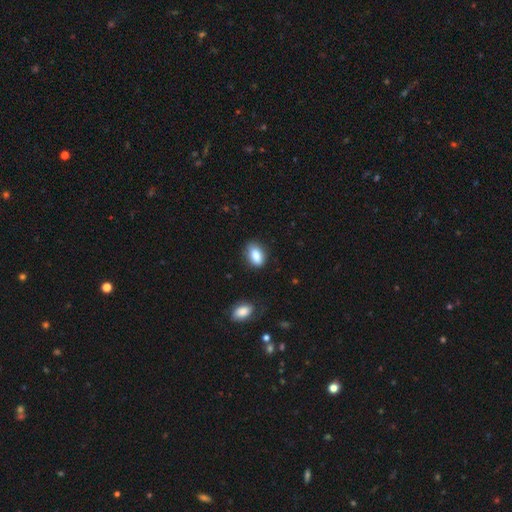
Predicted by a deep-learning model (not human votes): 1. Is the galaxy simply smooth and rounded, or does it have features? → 86% smooth, 8% star or artifact, 6% featured or disk.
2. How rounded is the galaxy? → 88% in between, 10% round, 3% cigar-shaped.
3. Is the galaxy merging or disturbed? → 78% none, 17% minor disturbance, 3% major disturbance, 2% merger.